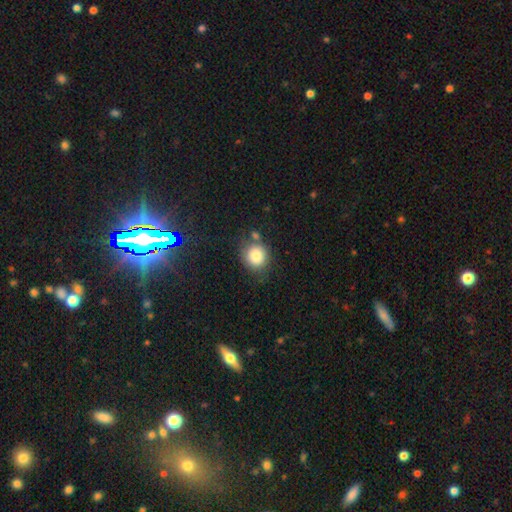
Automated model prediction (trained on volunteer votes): Overall: smooth (83%). How rounded: round (83%). Merging: none (66%).